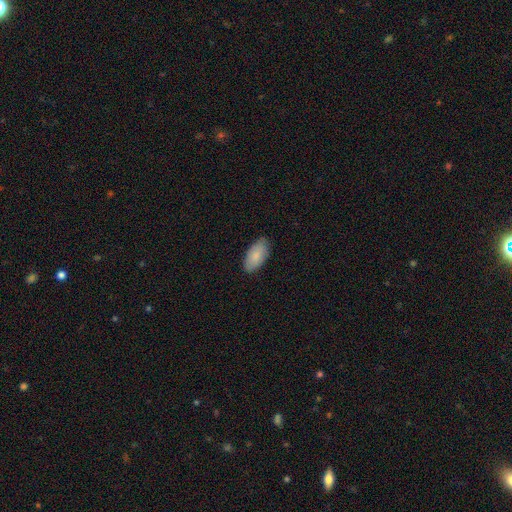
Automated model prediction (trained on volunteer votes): This appears to be a smooth galaxy with no disk features (86%) that is in between round and cigar-shaped (94%). Merging: none (85%).